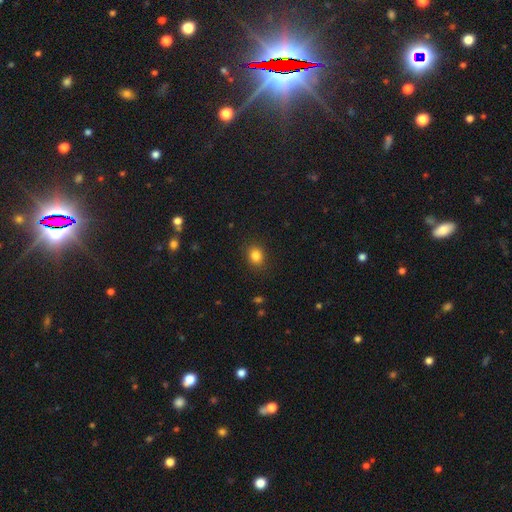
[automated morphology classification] smooth_or_featured: smooth (p=0.84) [alt: star or artifact p=0.11]
how_rounded: round (p=0.63) [alt: in between p=0.36]
merging: none (p=0.88) [alt: minor disturbance p=0.08]